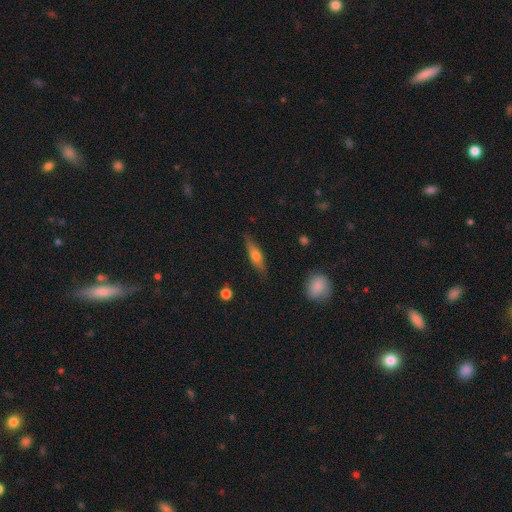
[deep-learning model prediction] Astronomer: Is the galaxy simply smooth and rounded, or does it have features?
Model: smooth — 49% (runner-up: featured or disk, 44%).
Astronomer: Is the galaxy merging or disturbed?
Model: none — 82%.